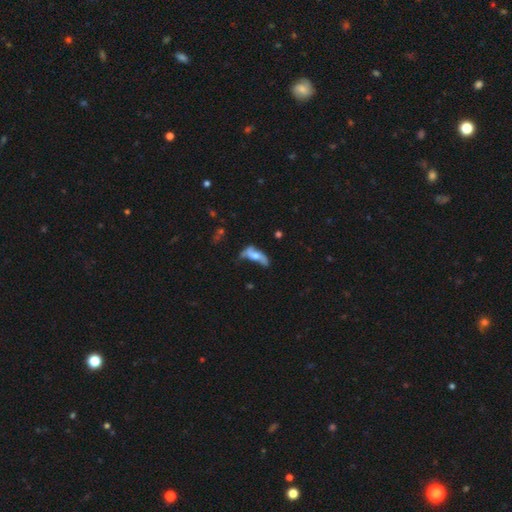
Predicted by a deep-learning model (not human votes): This is possibly a featured or disk galaxy (48%). Merging: marginally major disturbance (33%).